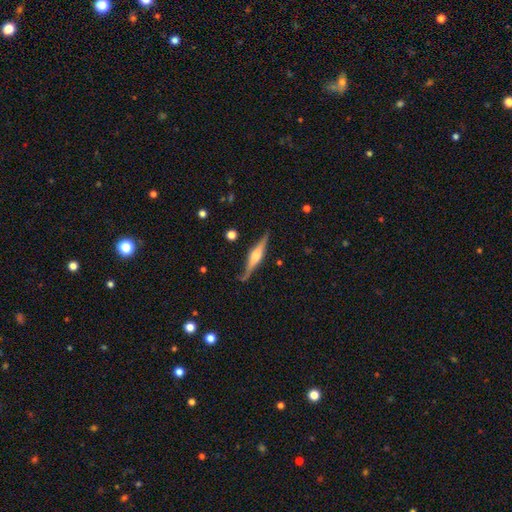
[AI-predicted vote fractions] Overall: featured or disk (76%). Edge-on disk: yes (97%). Edge-on bulge: rounded (82%). Merging: none (83%).